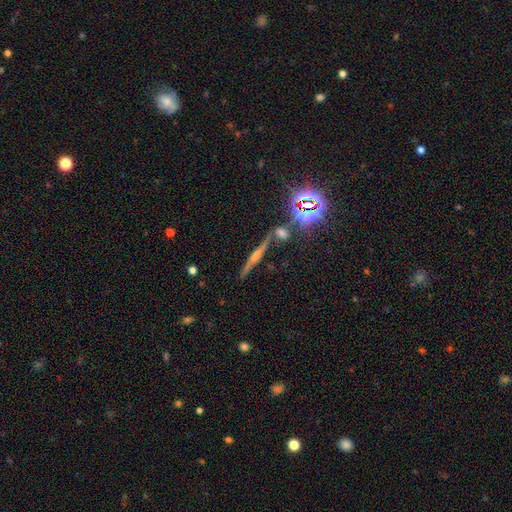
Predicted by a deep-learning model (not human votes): Smooth or featured?
  - featured or disk: 56% *
  - star or artifact: 26%
  - smooth: 18%
Edge-on disk?
  - yes: 95% *
  - no: 5%
Edge-on bulge?
  - rounded: 71% *
  - none: 15%
  - boxy: 14%
Merging?
  - none: 82% *
  - minor disturbance: 9%
  - merger: 6%
  - major disturbance: 3%